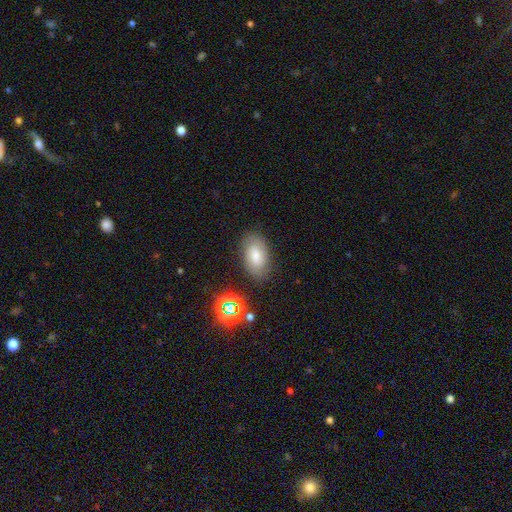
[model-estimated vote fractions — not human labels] smooth 63%, featured or disk 25%, star or artifact 13%. Down the decision tree: how rounded — in between (92%); merging — none (79%).